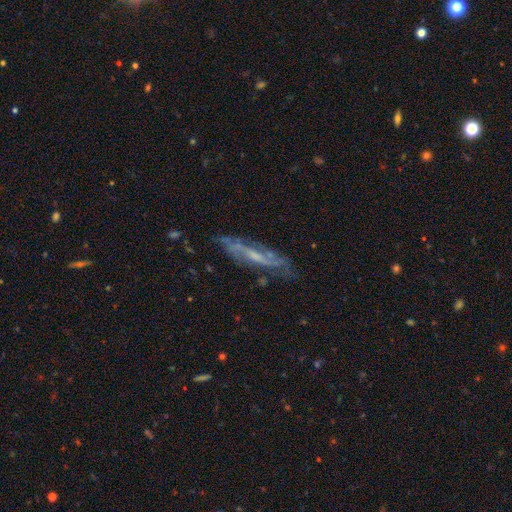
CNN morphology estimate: Overall: featured or disk (71%). Edge-on disk: no (56%; yes 44%). Merging: none (72%).